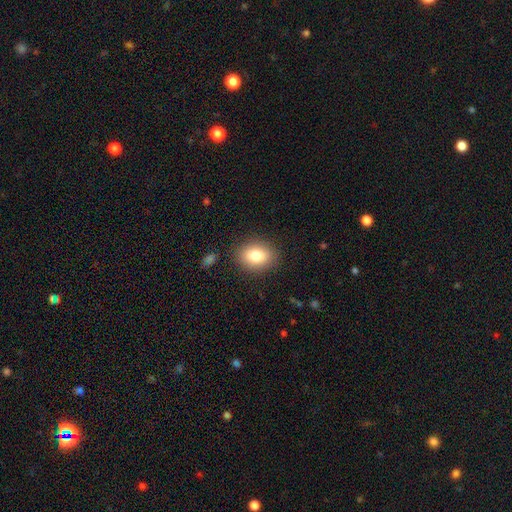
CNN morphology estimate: The model was most divided on "how rounded": in between: 70%, round: 29%, cigar-shaped: 1%. More confident: merging — none (87%); smooth or featured — smooth (81%).